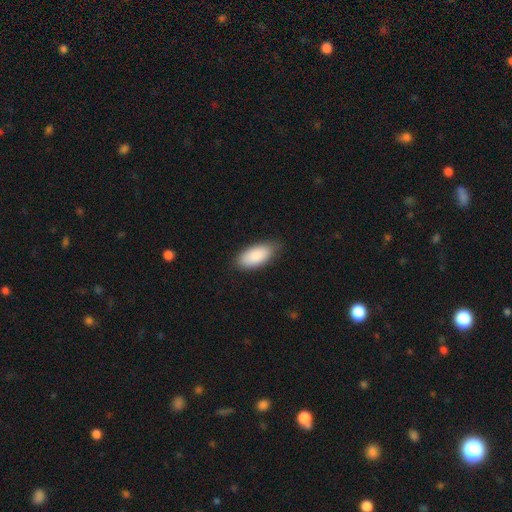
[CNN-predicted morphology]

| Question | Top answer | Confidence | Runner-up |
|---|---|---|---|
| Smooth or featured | smooth | 87% | featured or disk (7%) |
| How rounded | in between | 91% | cigar-shaped (7%) |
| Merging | none | 82% | minor disturbance (15%) |